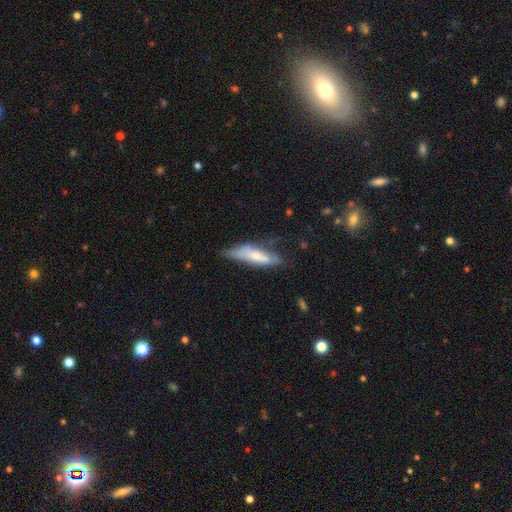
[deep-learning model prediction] This appears to be a smooth galaxy with no disk features (55%) that is cigar-shaped (59%). Merging: none (41%).